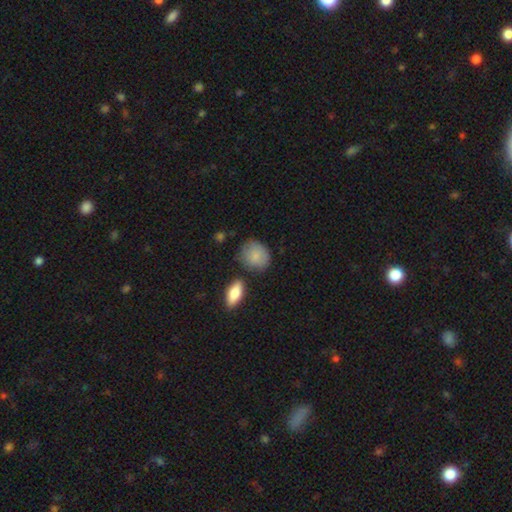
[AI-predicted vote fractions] Smooth or featured? smooth (84%)
How rounded? round (60%)
Merging? none (67%)